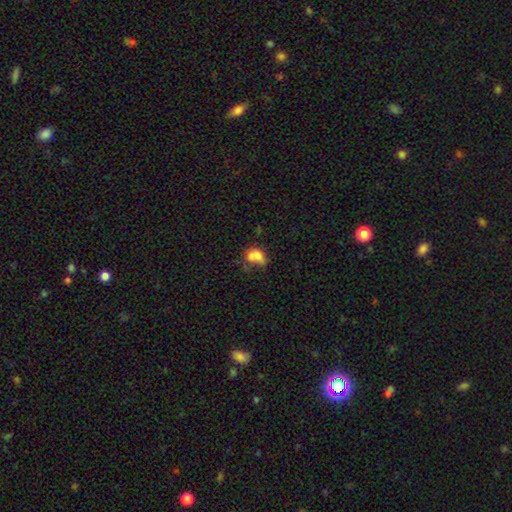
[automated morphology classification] smooth-or-featured: smooth: 68% | featured or disk: 20% | star or artifact: 11%
  how-rounded: in between: 71% | round: 27% | cigar-shaped: 2%
  merging: merger: 46% | none: 22% | minor disturbance: 16% | major disturbance: 15%